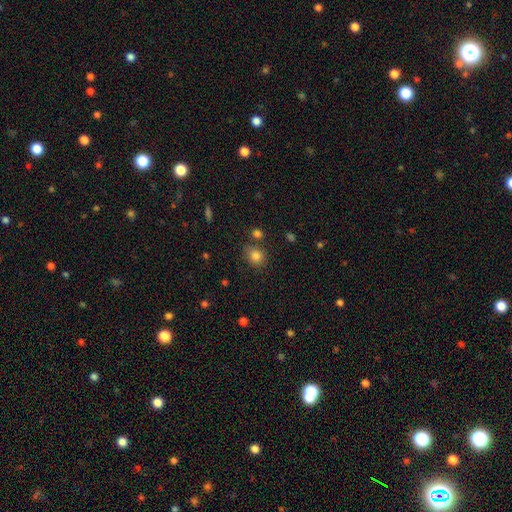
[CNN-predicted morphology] type=smooth (82%); roundness=round (64%); merging=none (72%).